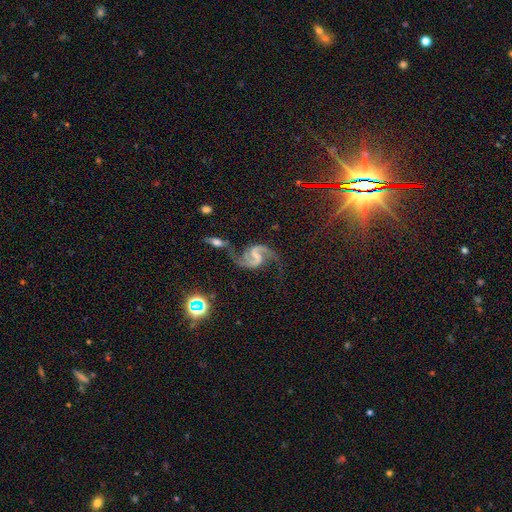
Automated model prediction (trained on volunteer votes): A featured or disk galaxy (91%) with a weak bar (51%), 2 (94%) loose (48%) spiral arms (98%) and no central bulge (42%). Merging: none (61%).